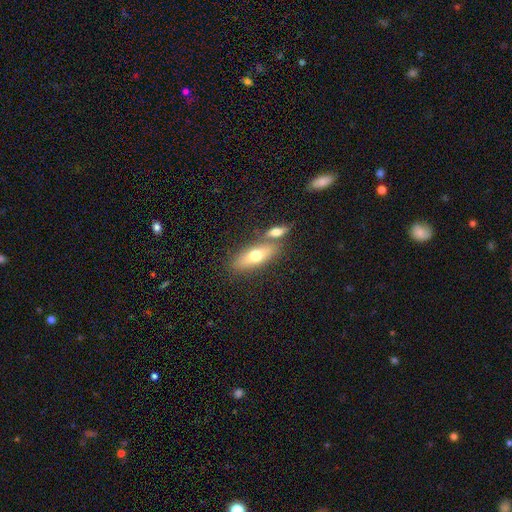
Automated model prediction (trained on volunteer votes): This appears to be a smooth galaxy with no disk features (64%) that is in between round and cigar-shaped (65%). Merging: none (58%).